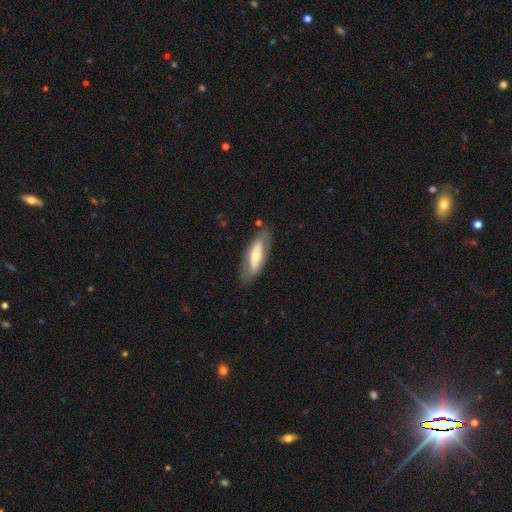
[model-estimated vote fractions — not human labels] This appears to be a featured or disk galaxy (53%). Merging: none (79%).